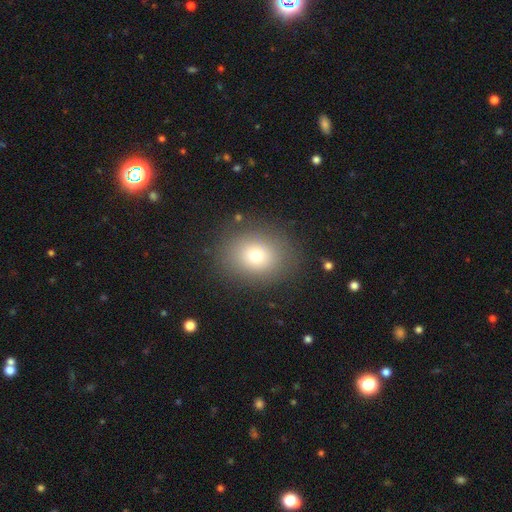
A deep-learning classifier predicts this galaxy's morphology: smooth_or_featured: smooth (p=0.75) [alt: star or artifact p=0.14]
how_rounded: round (p=0.64) [alt: in between p=0.35]
merging: none (p=0.85) [alt: minor disturbance p=0.09]